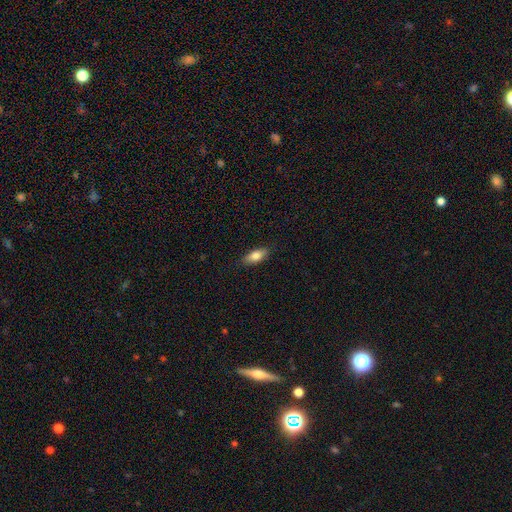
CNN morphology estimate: A smooth galaxy with no disk features (79%) that is in between round and cigar-shaped (80%).

Vote fractions:
- Smooth or featured? smooth: 79% / featured or disk: 14% / star or artifact: 7%
- How rounded? in between: 80% / cigar-shaped: 17% / round: 3%
- Merging? none: 87% / minor disturbance: 10% / major disturbance: 2% / merger: 1%